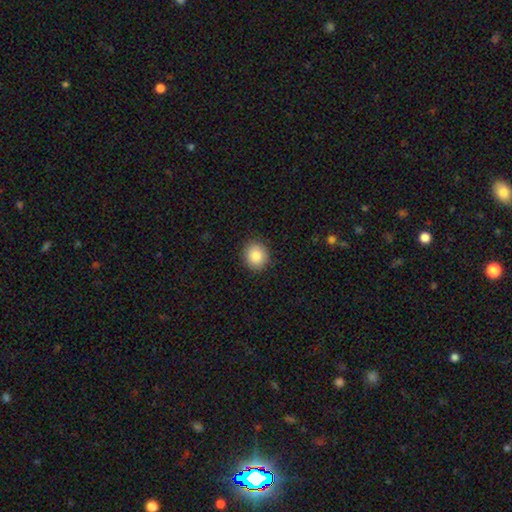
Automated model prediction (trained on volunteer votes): This appears to be a smooth galaxy with no disk features (87%) that is round (79%). Merging: none (90%).